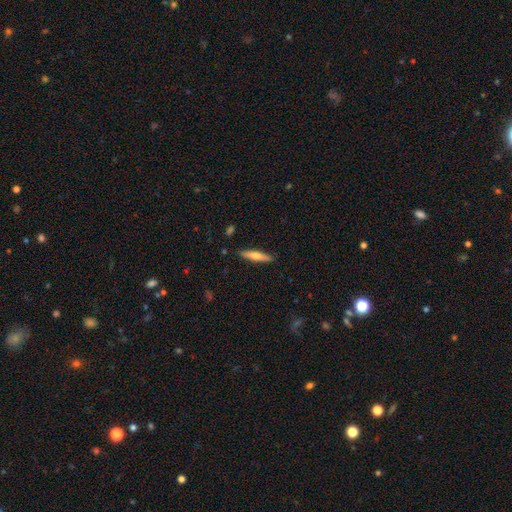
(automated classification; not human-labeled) Smooth or featured? Predicted: smooth (p=0.55). How rounded? Predicted: cigar-shaped (p=0.84). Merging? Predicted: none (p=0.90).